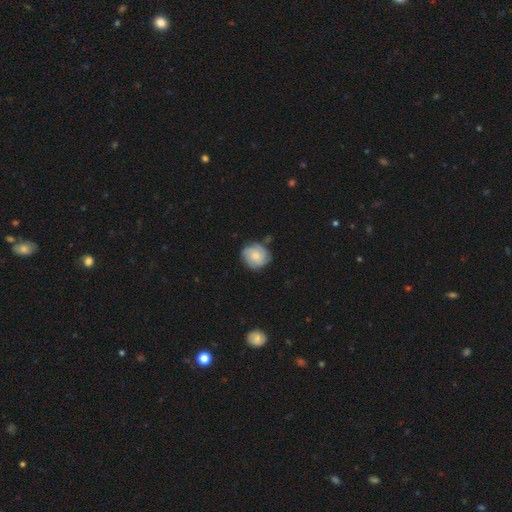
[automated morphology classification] The model was most divided on "smooth or featured": featured or disk: 49%, smooth: 43%, star or artifact: 8%. More confident: merging — none (74%).